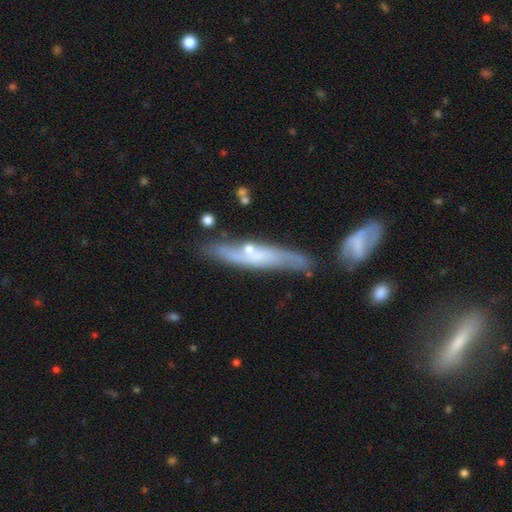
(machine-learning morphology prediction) A featured or disk galaxy (61%) viewed edge-on (63%). Merging: none (64%).